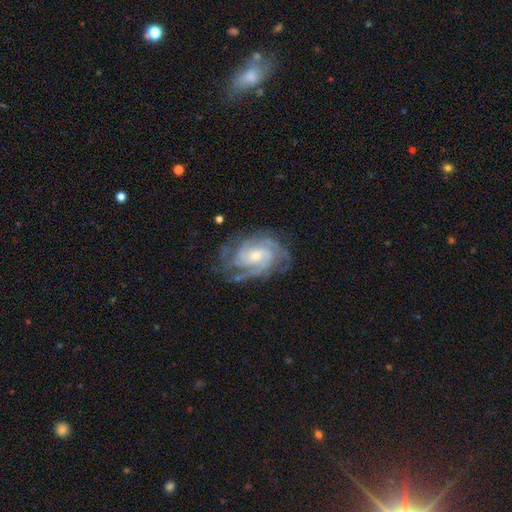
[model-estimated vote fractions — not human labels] A featured or disk galaxy (89%) with no bar (60%), 3 (28%) tight (64%) spiral arms (98%) and a small central bulge (48%). Merging: none (73%).